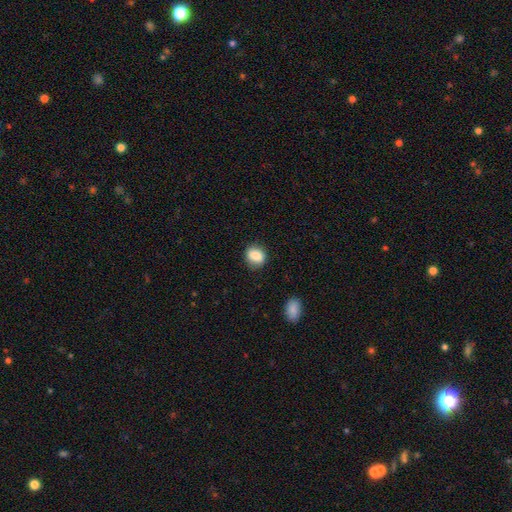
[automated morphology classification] Smooth or featured: smooth — 86% (star or artifact — 8%)
How rounded: round — 53% (in between — 46%)
Merging: none — 81% (minor disturbance — 14%)